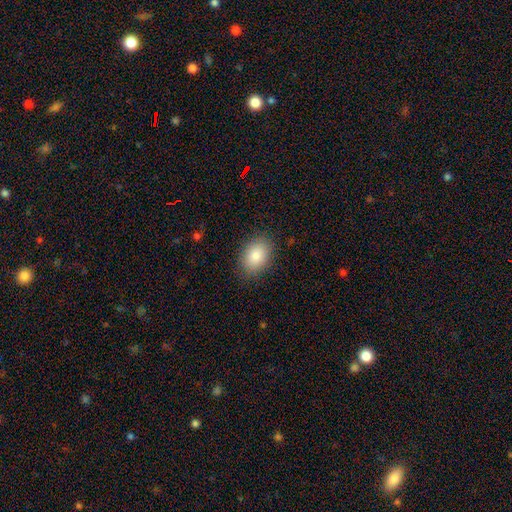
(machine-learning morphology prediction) smooth 85%, star or artifact 8%, featured or disk 7%. Down the decision tree: how rounded — in between (82%); merging — none (86%).